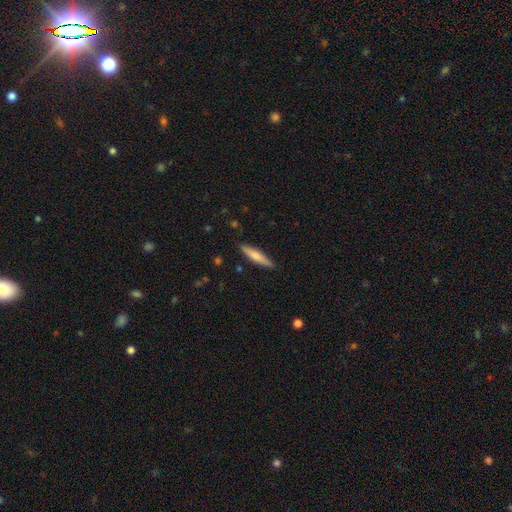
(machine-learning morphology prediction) Smooth or featured? smooth (62%)
How rounded? cigar-shaped (86%)
Merging? none (89%)